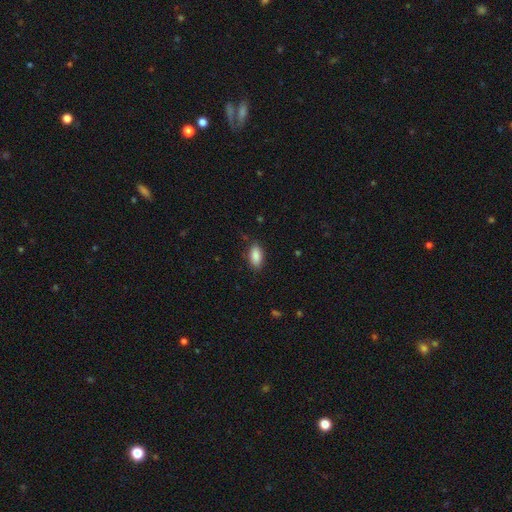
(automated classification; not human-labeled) Q: Smooth or featured?
A: smooth (88%); runner-up: star or artifact (7%)
Q: How rounded?
A: in between (90%); runner-up: cigar-shaped (7%)
Q: Merging?
A: none (85%); runner-up: minor disturbance (11%)